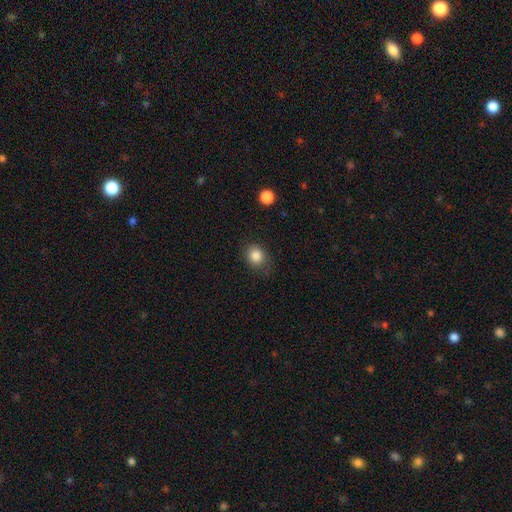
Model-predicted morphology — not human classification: Q: Smooth or featured?
A: smooth (84%); runner-up: star or artifact (10%)
Q: How rounded?
A: round (66%); runner-up: in between (33%)
Q: Merging?
A: none (78%); runner-up: minor disturbance (16%)